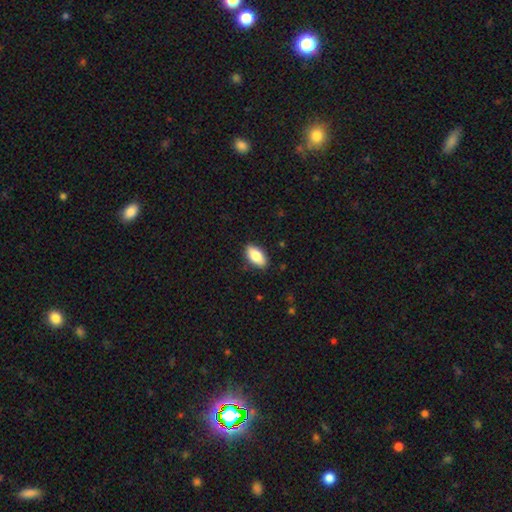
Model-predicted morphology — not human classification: Smooth or featured?
  - smooth: 83% *
  - featured or disk: 10%
  - star or artifact: 7%
How rounded?
  - in between: 91% *
  - cigar-shaped: 6%
  - round: 3%
Merging?
  - none: 87% *
  - minor disturbance: 9%
  - major disturbance: 2%
  - merger: 1%